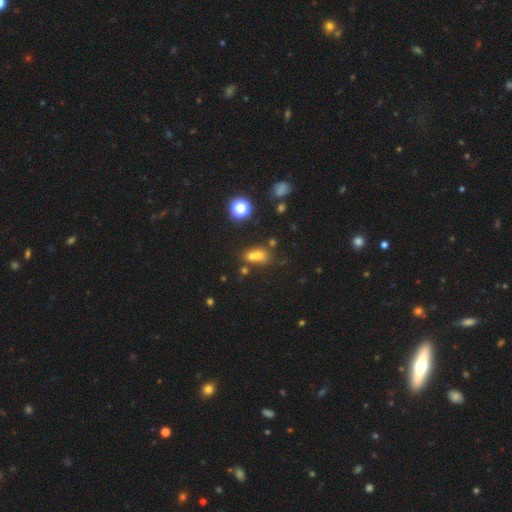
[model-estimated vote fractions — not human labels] This is likely a smooth galaxy (60%). How rounded: likely round (63%). Merging: likely merger (61%).